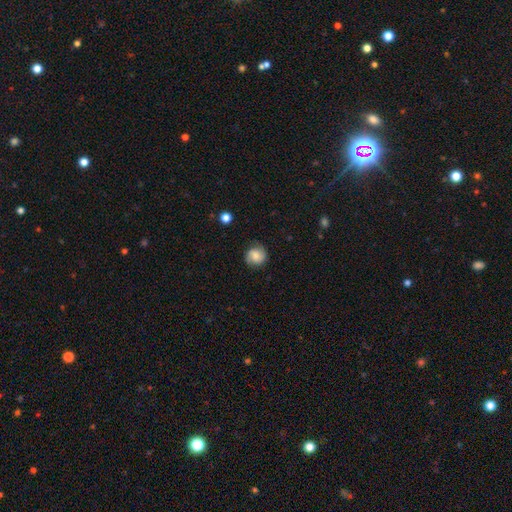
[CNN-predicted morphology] This is possibly a smooth galaxy (59%). How rounded: clearly round (86%). Merging: likely none (78%).